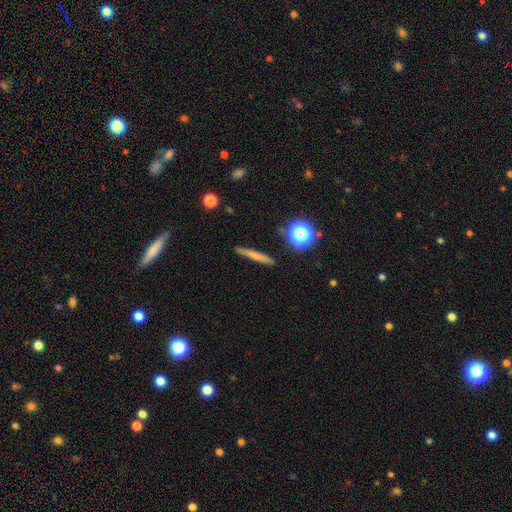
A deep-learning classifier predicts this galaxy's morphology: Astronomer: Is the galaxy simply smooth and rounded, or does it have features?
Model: smooth — 63%.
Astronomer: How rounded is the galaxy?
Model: cigar-shaped — 90%.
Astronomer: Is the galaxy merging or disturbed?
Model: none — 88%.